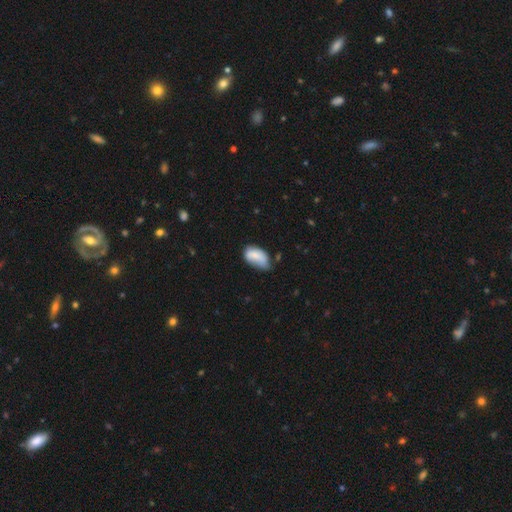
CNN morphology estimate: Q: Smooth or featured?
A: smooth (77%); runner-up: featured or disk (15%)
Q: How rounded?
A: in between (92%); runner-up: round (6%)
Q: Merging?
A: minor disturbance (43%); runner-up: none (34%)